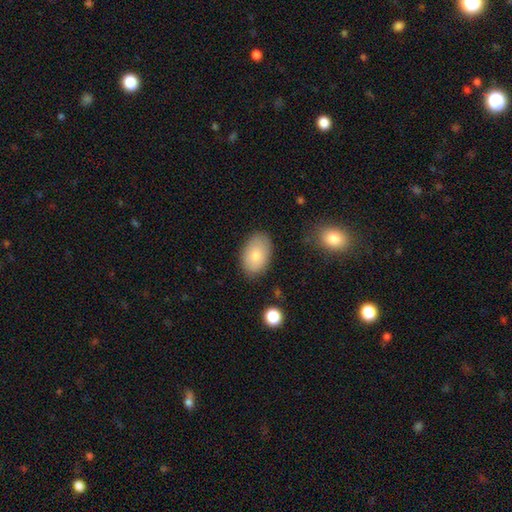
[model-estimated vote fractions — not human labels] Smooth or featured? Predicted: smooth (p=0.79). How rounded? Predicted: in between (p=0.90). Merging? Predicted: none (p=0.81).